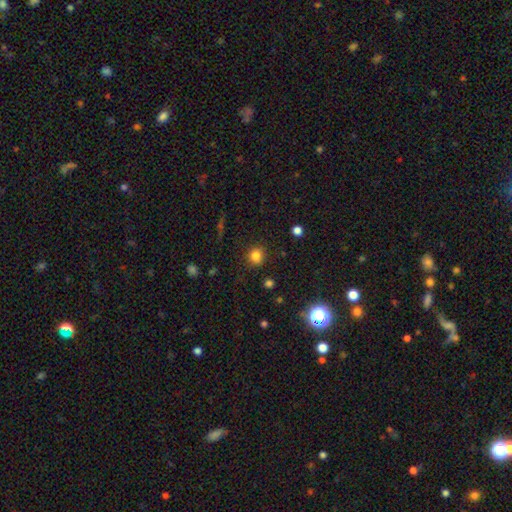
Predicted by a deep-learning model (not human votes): Smooth or featured? smooth (81%)
How rounded? round (82%)
Merging? none (86%)